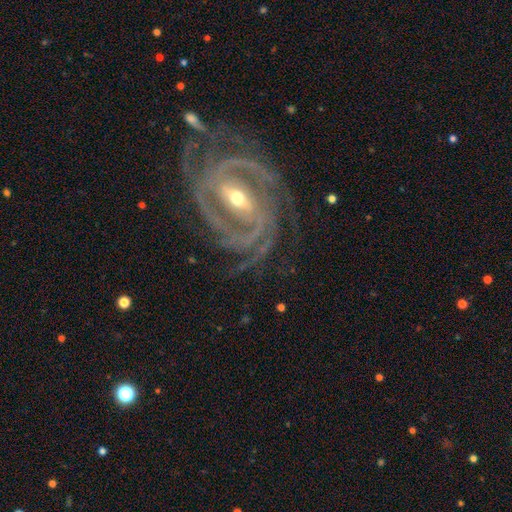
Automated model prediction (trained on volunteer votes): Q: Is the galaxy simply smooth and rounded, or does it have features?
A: featured or disk — 92%.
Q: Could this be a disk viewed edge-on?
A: no — 96%.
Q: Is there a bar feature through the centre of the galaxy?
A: strong — 60%.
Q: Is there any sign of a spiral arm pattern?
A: yes — 98%.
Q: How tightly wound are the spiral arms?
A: tight — 66%.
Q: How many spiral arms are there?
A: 3 — 31%.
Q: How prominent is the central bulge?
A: moderate — 49%.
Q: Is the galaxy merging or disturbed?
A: none — 70%.